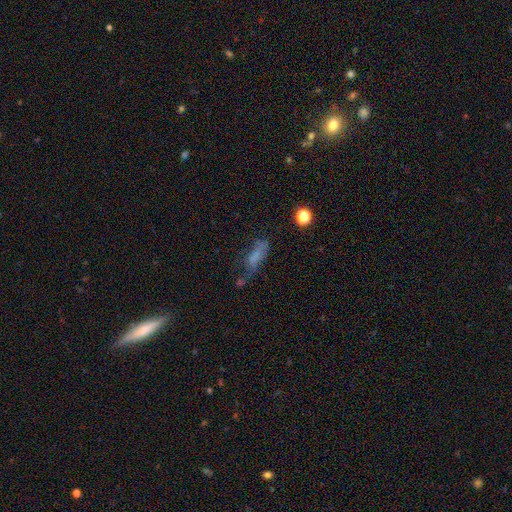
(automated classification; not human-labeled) Smooth or featured? Predicted: smooth (p=0.55). How rounded? Predicted: in between (p=0.49). Merging? Predicted: none (p=0.36).